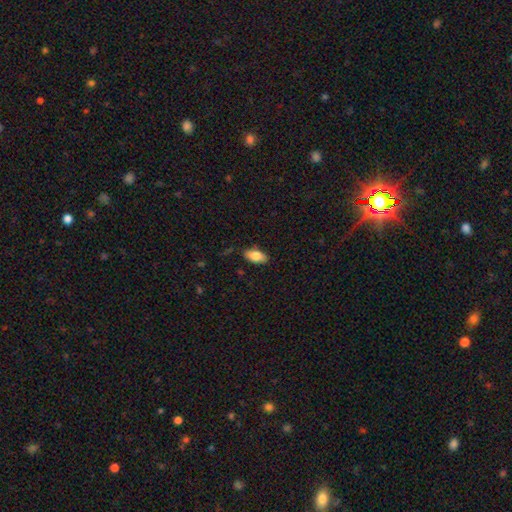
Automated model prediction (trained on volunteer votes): A smooth galaxy with no disk features (82%) that is in between round and cigar-shaped (92%).

Vote fractions:
- Smooth or featured? smooth: 82% / featured or disk: 11% / star or artifact: 7%
- How rounded? in between: 92% / cigar-shaped: 5% / round: 4%
- Merging? none: 85% / minor disturbance: 12% / major disturbance: 2% / merger: 1%